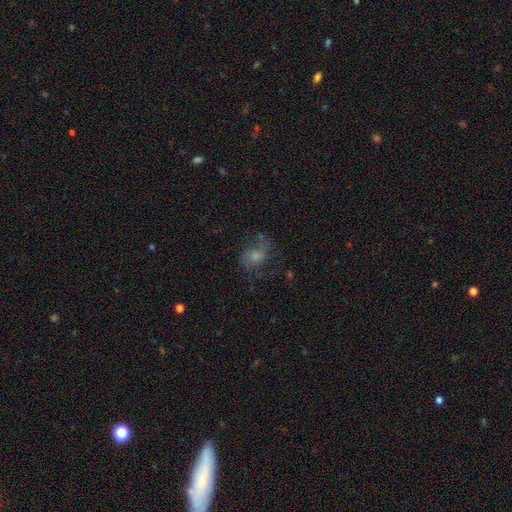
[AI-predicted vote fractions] featured or disk 44%, smooth 42%, star or artifact 14%. Down the decision tree: merging — none (53%).